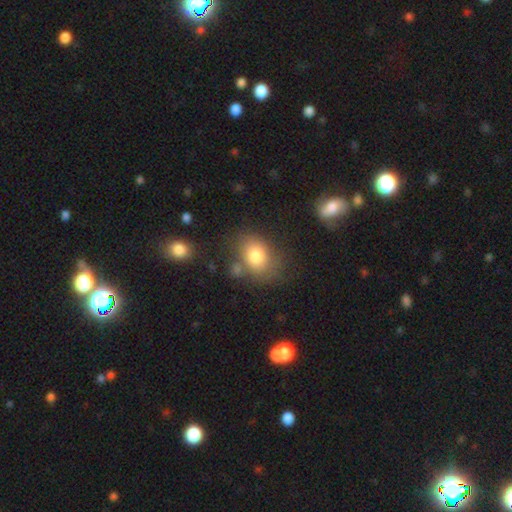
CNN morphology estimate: Smooth or featured? Predicted: smooth (p=0.79). How rounded? Predicted: in between (p=0.63). Merging? Predicted: none (p=0.61).